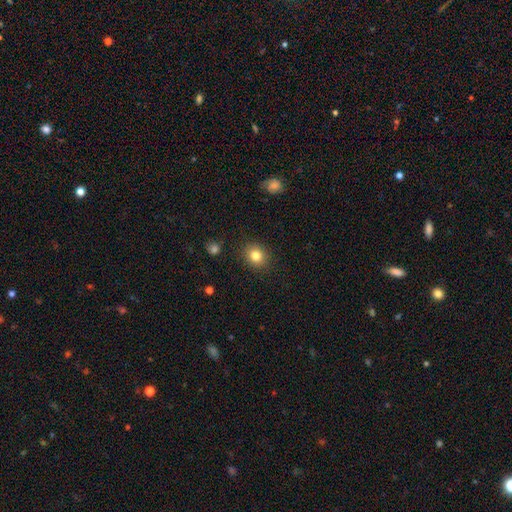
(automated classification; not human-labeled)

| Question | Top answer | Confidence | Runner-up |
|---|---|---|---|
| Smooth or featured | smooth | 83% | star or artifact (11%) |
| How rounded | round | 71% | in between (28%) |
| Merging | none | 89% | minor disturbance (7%) |